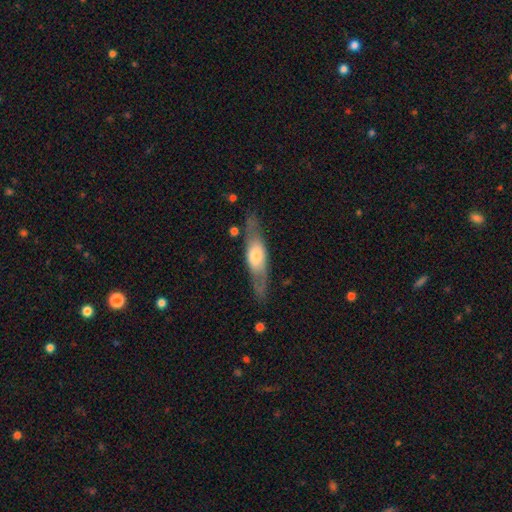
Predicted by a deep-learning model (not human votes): Morphology: type=featured or disk (54%); edge-on=yes (61%); merging=none (75%).